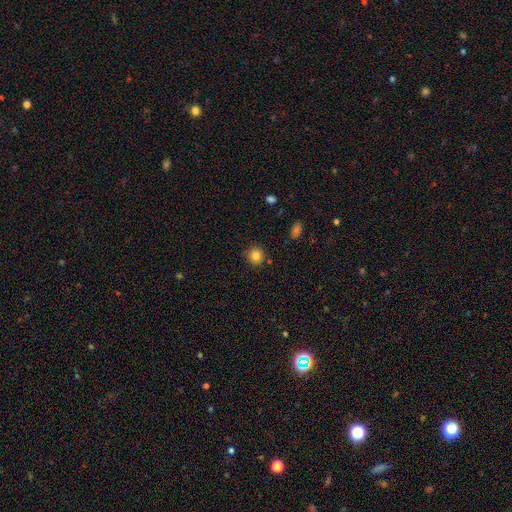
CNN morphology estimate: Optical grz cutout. It shows a smooth galaxy with no disk features (83%) that is round (91%). Merging: none (88%).